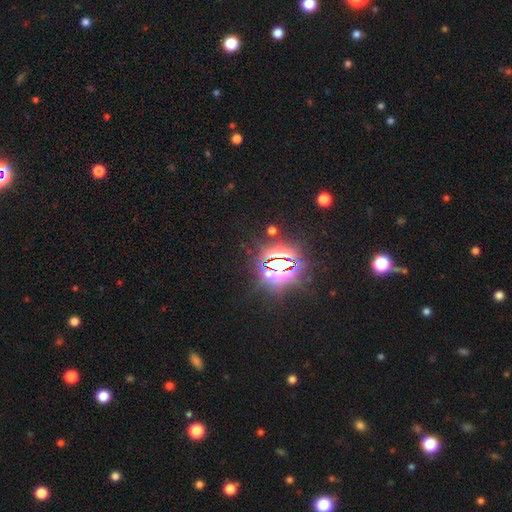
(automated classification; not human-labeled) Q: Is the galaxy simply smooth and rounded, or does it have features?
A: star or artifact — 85%.